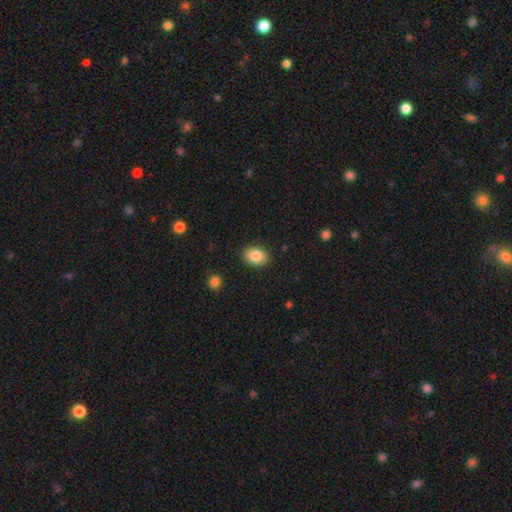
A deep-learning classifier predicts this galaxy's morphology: Q: Smooth or featured?
A: smooth (86%); runner-up: star or artifact (7%)
Q: How rounded?
A: in between (77%); runner-up: round (22%)
Q: Merging?
A: none (88%); runner-up: minor disturbance (8%)